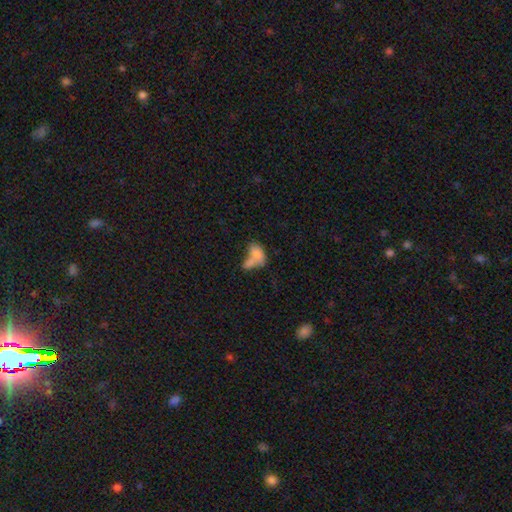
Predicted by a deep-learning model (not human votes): Smooth or featured: smooth — 76% (featured or disk — 15%)
How rounded: in between — 87% (round — 10%)
Merging: merger — 63% (none — 19%)